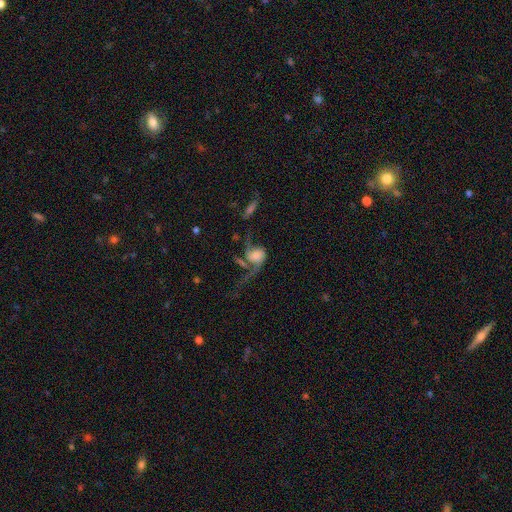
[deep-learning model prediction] A featured or disk galaxy (69%) with no bar (72%), 2 (65%) loose (75%) spiral arms (85%) and a moderate central bulge (28%). Merging: major disturbance (40%).